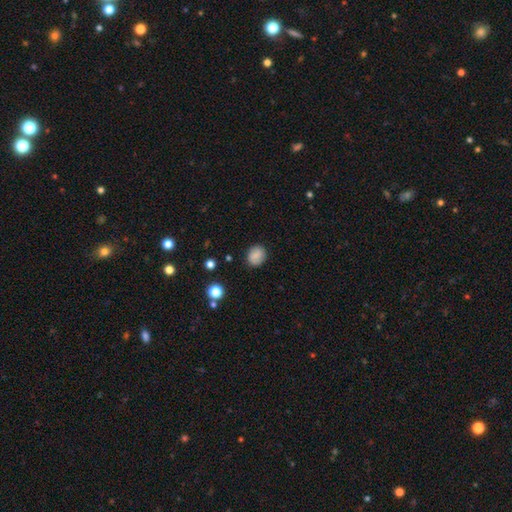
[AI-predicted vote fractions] A smooth galaxy with no disk features (82%) that is round (73%).

Vote fractions:
- Smooth or featured? smooth: 82% / star or artifact: 9% / featured or disk: 9%
- How rounded? round: 73% / in between: 26% / cigar-shaped: 1%
- Merging? none: 84% / minor disturbance: 12% / major disturbance: 3% / merger: 2%